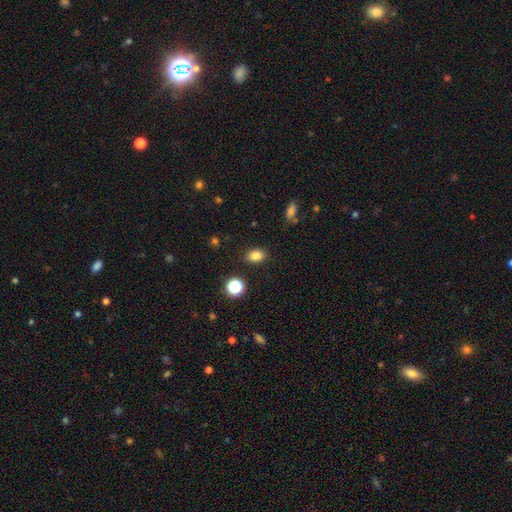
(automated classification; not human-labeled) A smooth galaxy with no disk features (83%) that is in between round and cigar-shaped (72%). Merging: none (87%).